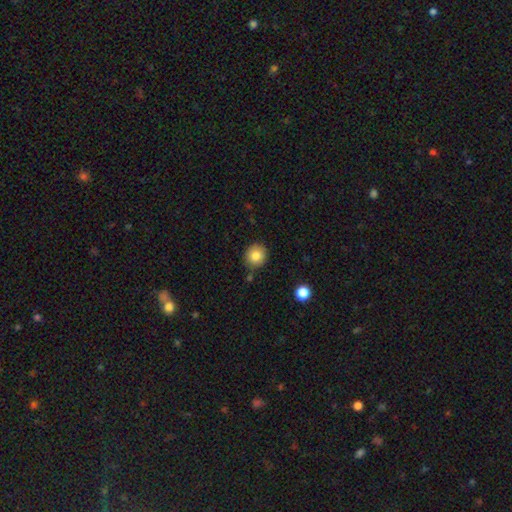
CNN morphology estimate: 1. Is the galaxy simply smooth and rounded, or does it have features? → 83% smooth, 9% star or artifact, 7% featured or disk.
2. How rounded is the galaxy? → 88% round, 11% in between, 1% cigar-shaped.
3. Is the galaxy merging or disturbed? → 84% none, 10% minor disturbance, 4% merger, 2% major disturbance.